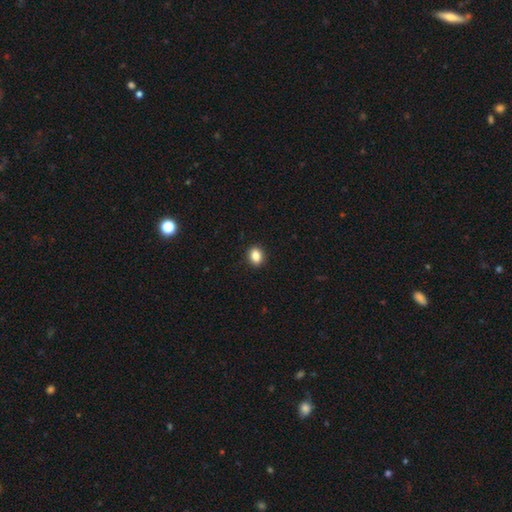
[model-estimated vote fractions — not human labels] smooth 86%, star or artifact 9%, featured or disk 4%. Down the decision tree: how rounded — in between (58%); merging — none (91%).